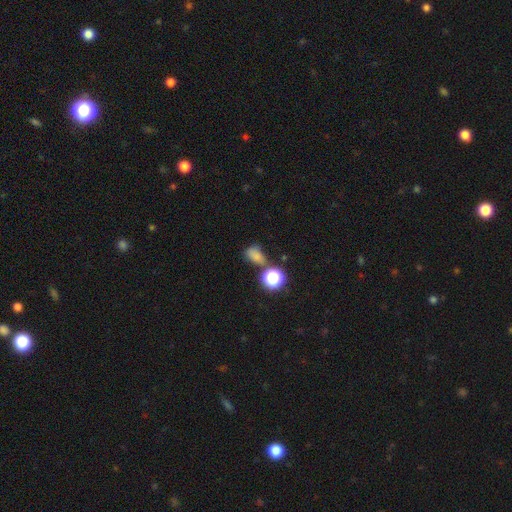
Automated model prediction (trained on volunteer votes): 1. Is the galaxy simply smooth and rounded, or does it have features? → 69% smooth, 23% star or artifact, 9% featured or disk.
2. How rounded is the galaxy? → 60% in between, 38% round, 2% cigar-shaped.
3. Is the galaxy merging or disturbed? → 52% none, 21% minor disturbance, 18% merger, 9% major disturbance.